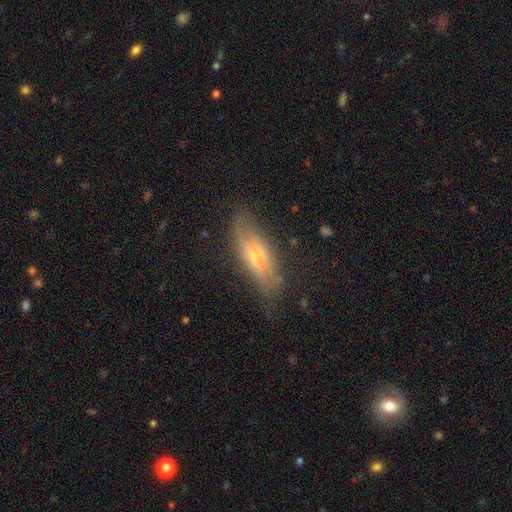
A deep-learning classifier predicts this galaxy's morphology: This is possibly a featured or disk galaxy (53%). It is possibly viewed edge-on (52%). Merging: likely none (69%).